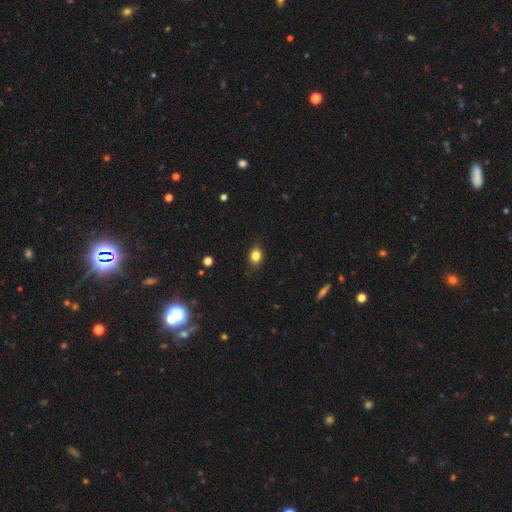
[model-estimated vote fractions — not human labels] This appears to be a smooth galaxy with no disk features (83%) that is in between round and cigar-shaped (60%). Merging: none (83%).